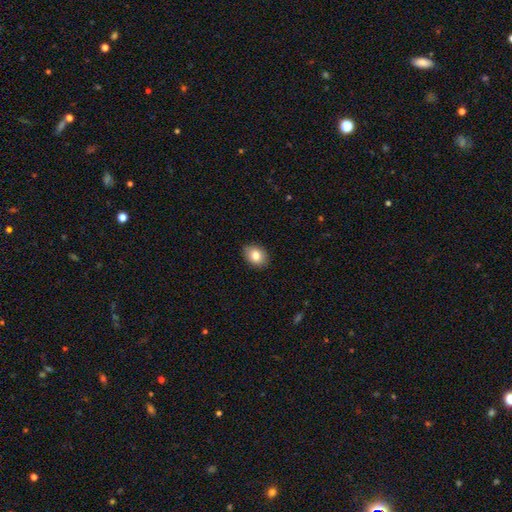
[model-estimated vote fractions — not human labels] smooth_or_featured: smooth (p=0.82) [alt: featured or disk p=0.09]
how_rounded: in between (p=0.68) [alt: round p=0.31]
merging: none (p=0.86) [alt: minor disturbance p=0.11]